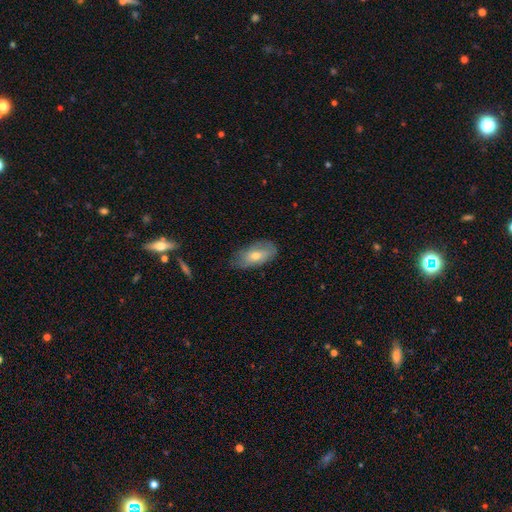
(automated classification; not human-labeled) This appears to be a smooth galaxy with no disk features (57%) that is in between round and cigar-shaped (86%). Merging: none (73%).